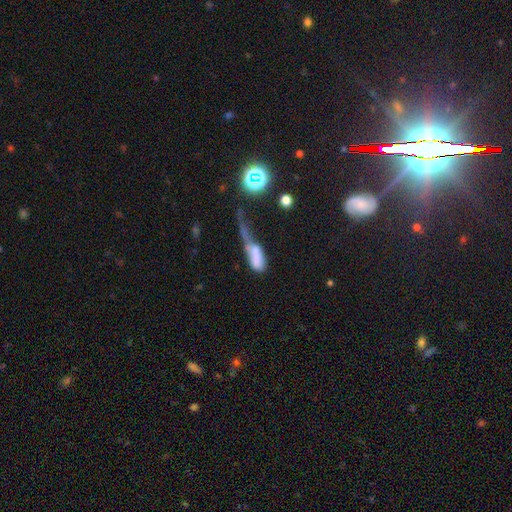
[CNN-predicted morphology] The model was most divided on "merging": major disturbance: 48%, merger: 26%, minor disturbance: 14%, none: 11%. More confident: how rounded — in between (75%); smooth or featured — smooth (65%).